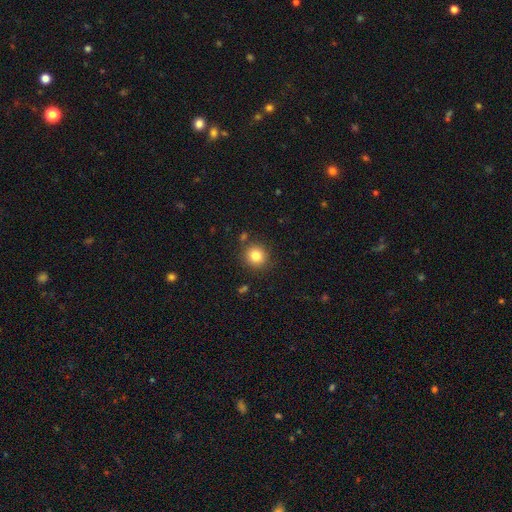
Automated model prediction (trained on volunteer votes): The model was most divided on "smooth or featured": smooth: 82%, star or artifact: 11%, featured or disk: 6%. More confident: how rounded — round (91%); merging — none (86%).